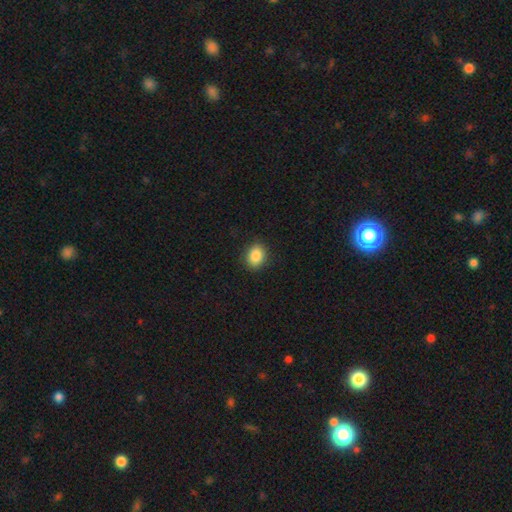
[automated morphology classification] This is clearly a smooth galaxy (87%). How rounded: possibly in between (59%). Merging: clearly none (88%).